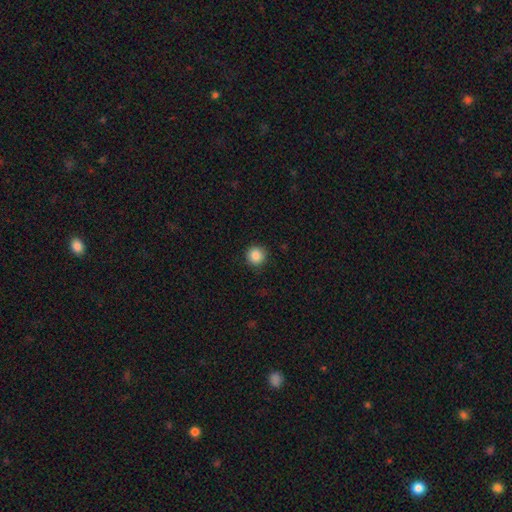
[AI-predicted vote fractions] Smooth or featured?
  - smooth: 87% *
  - star or artifact: 10%
  - featured or disk: 3%
How rounded?
  - round: 95% *
  - in between: 4%
  - cigar-shaped: 1%
Merging?
  - none: 91% *
  - minor disturbance: 6%
  - major disturbance: 2%
  - merger: 1%